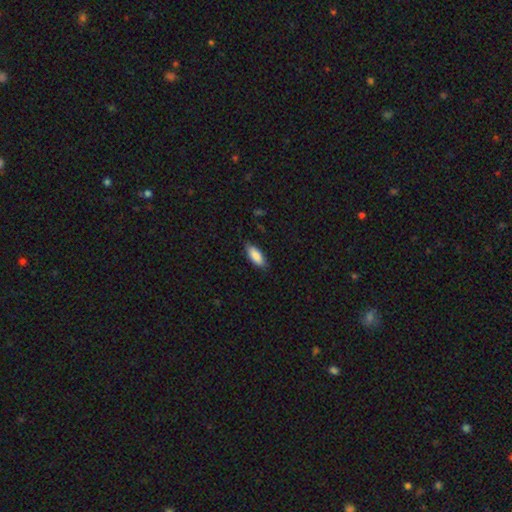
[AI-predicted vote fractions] Smooth or featured? Predicted: smooth (p=0.87). How rounded? Predicted: in between (p=0.80). Merging? Predicted: none (p=0.82).